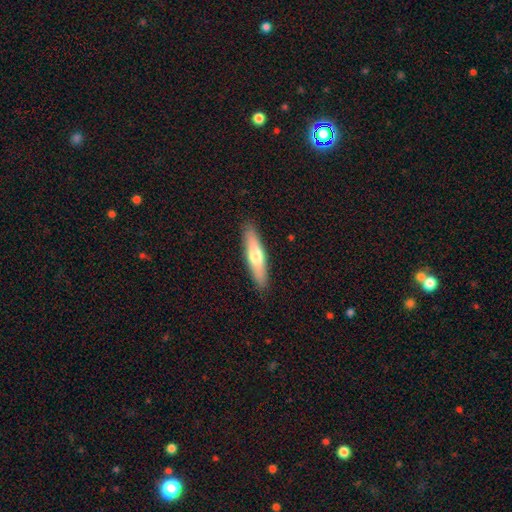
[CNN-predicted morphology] smooth 59%, featured or disk 36%, star or artifact 5%. Down the decision tree: how rounded — cigar-shaped (79%); merging — none (90%).